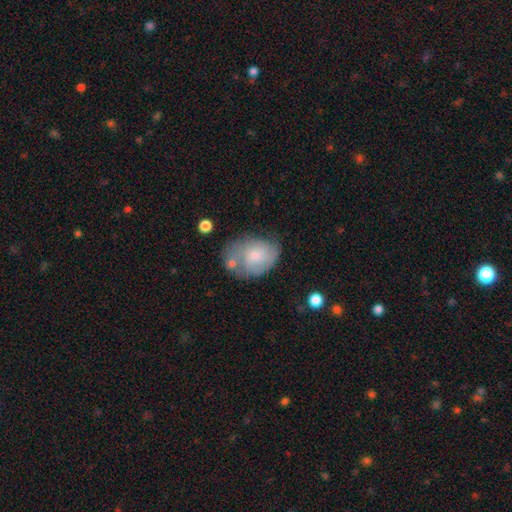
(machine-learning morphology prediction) Smooth or featured? smooth (49%)
Merging? none (44%)